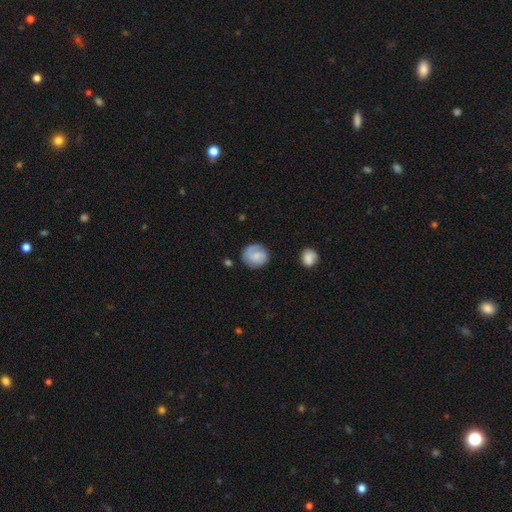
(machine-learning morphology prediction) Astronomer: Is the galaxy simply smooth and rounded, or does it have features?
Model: smooth — 55% (runner-up: featured or disk, 38%).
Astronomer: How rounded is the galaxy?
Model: round — 77%.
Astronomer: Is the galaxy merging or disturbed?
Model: none — 73%.